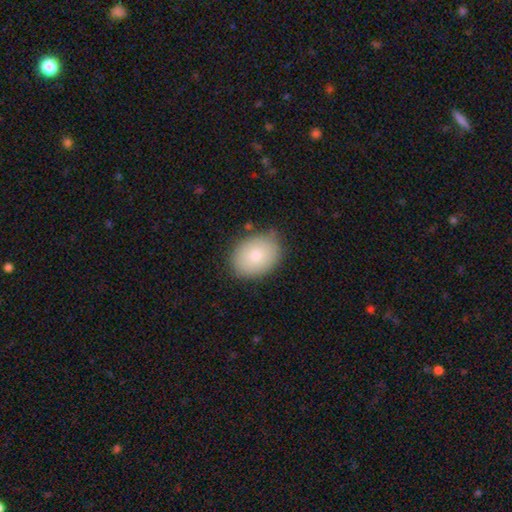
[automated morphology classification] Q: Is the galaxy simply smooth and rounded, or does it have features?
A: smooth — 81%.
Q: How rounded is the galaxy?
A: in between — 71%.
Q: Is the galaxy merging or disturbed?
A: none — 79%.